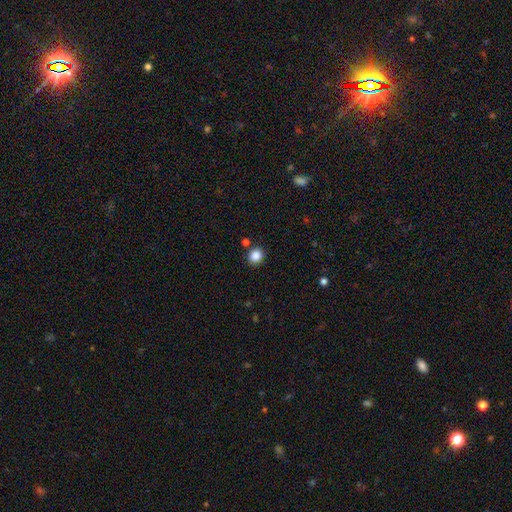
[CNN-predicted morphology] smooth-or-featured: smooth: 86% | star or artifact: 10% | featured or disk: 4%
  how-rounded: round: 75% | in between: 24% | cigar-shaped: 1%
  merging: none: 83% | minor disturbance: 9% | merger: 5% | major disturbance: 3%